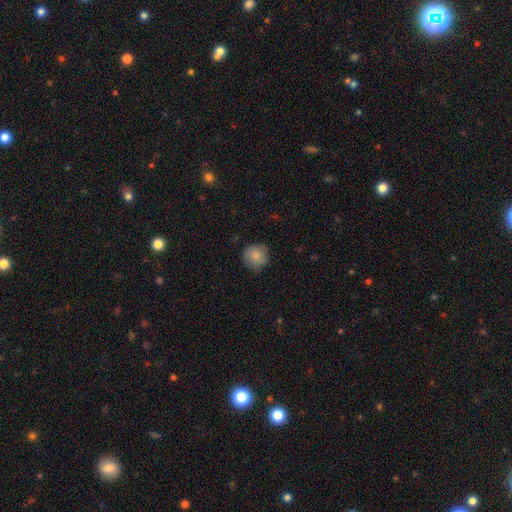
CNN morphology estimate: Overall: smooth (83%). How rounded: round (90%). Merging: none (79%).